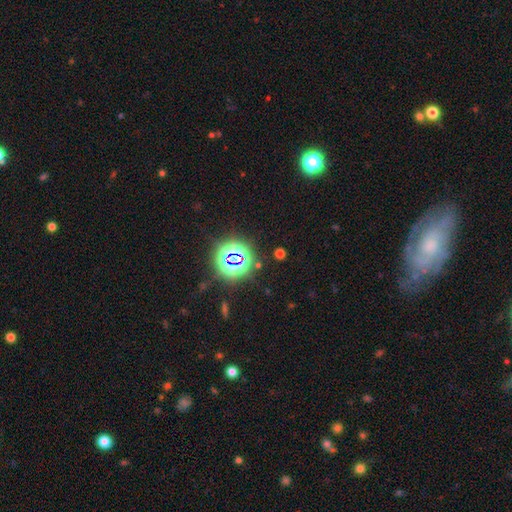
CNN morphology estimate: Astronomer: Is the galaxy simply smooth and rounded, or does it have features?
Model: star or artifact — 67%.